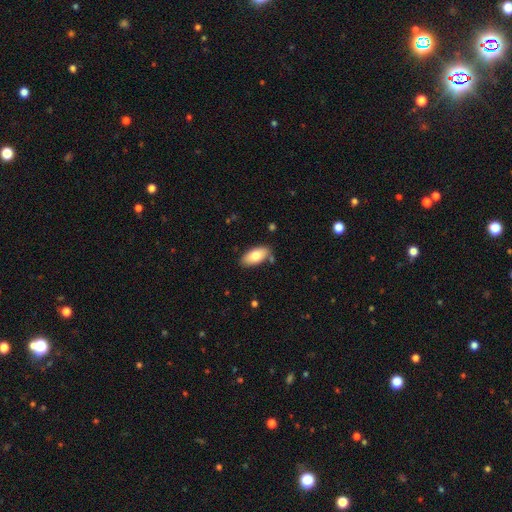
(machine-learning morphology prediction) This appears to be a smooth galaxy with no disk features (76%) that is in between round and cigar-shaped (92%). Merging: none (82%).